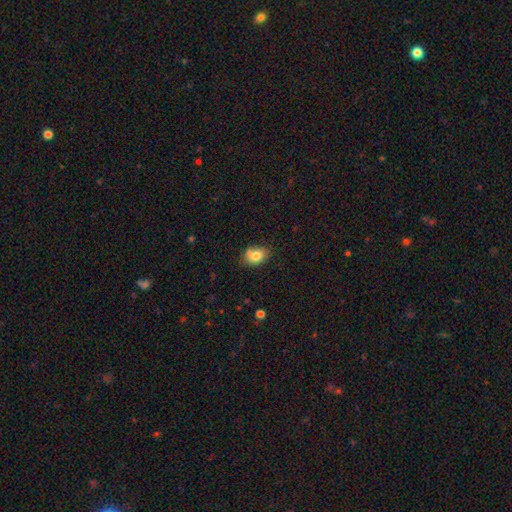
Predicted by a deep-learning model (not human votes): This is clearly a smooth galaxy (80%). How rounded: likely in between (67%). Merging: likely none (61%).